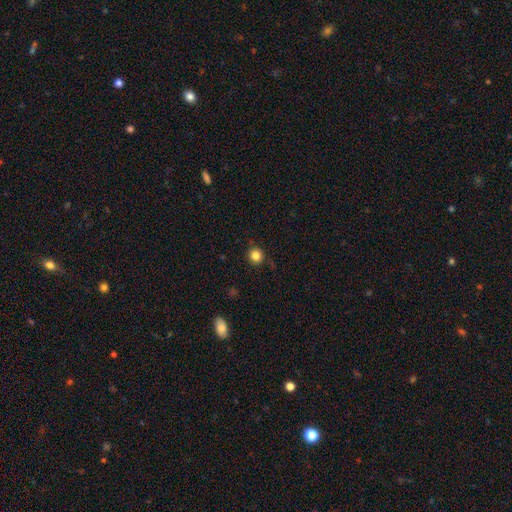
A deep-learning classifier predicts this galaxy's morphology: Smooth or featured: smooth — 83% (star or artifact — 12%)
How rounded: round — 93% (in between — 6%)
Merging: none — 88% (minor disturbance — 8%)